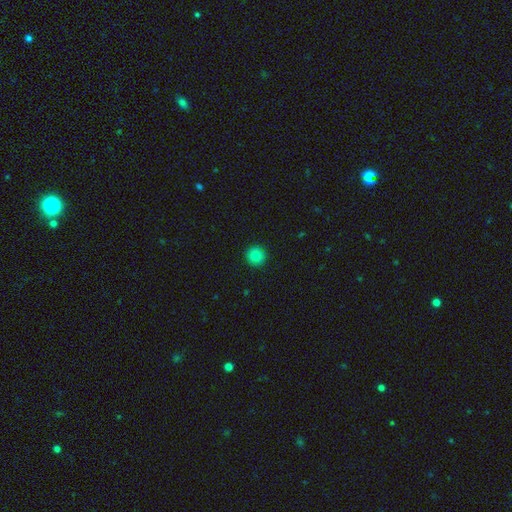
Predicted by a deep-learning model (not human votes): This is clearly a smooth galaxy (84%). How rounded: clearly round (96%). Merging: clearly none (93%).